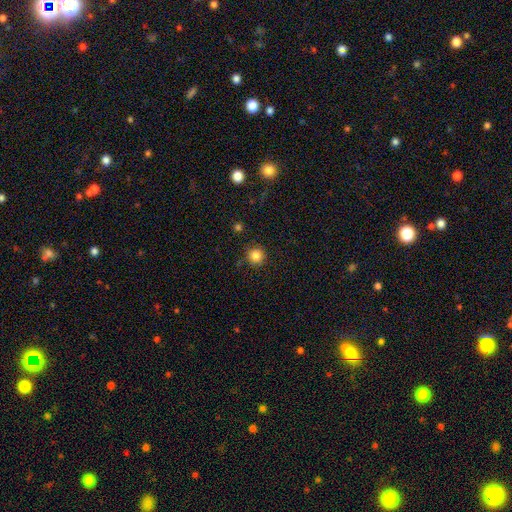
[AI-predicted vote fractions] Overall: smooth (84%). How rounded: round (93%). Merging: none (86%).